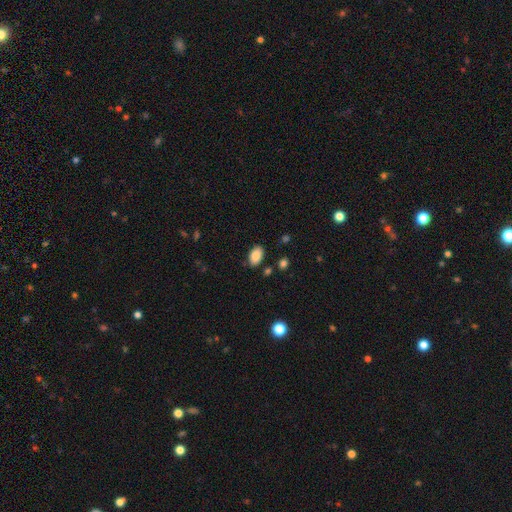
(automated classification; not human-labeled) Smooth or featured?
  - smooth: 87% *
  - star or artifact: 8%
  - featured or disk: 5%
How rounded?
  - in between: 92% *
  - round: 7%
  - cigar-shaped: 1%
Merging?
  - none: 84% *
  - minor disturbance: 11%
  - merger: 3%
  - major disturbance: 3%